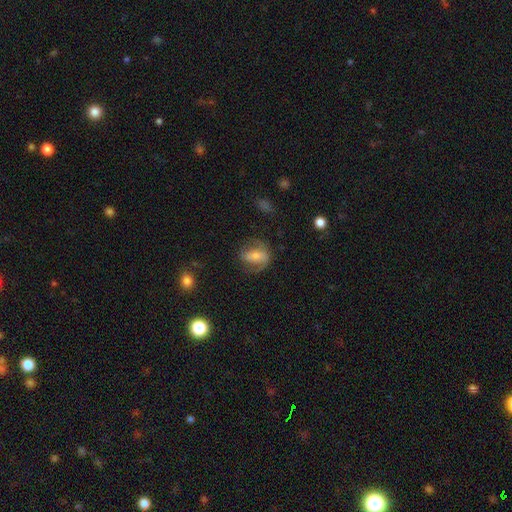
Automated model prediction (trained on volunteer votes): Q: Smooth or featured?
A: featured or disk (56%); runner-up: smooth (36%)
Q: Edge-on disk?
A: no (95%); runner-up: yes (5%)
Q: Bar?
A: strong (36%); runner-up: weak (32%)
Q: Spiral arms?
A: yes (77%); runner-up: no (23%)
Q: Bulge size?
A: small (44%); runner-up: moderate (39%)
Q: Merging?
A: none (58%); runner-up: minor disturbance (21%)